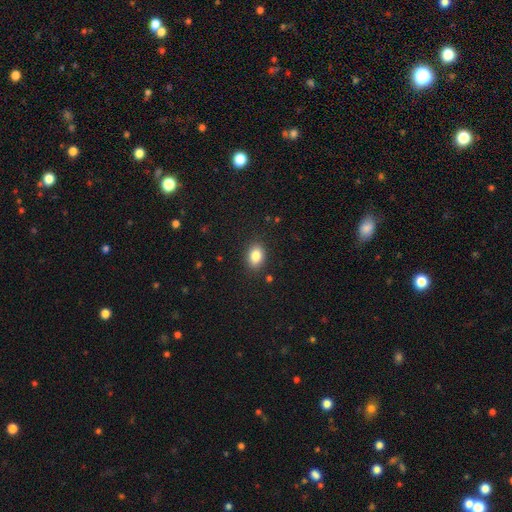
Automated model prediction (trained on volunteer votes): Smooth or featured? smooth (85%)
How rounded? in between (78%)
Merging? none (87%)